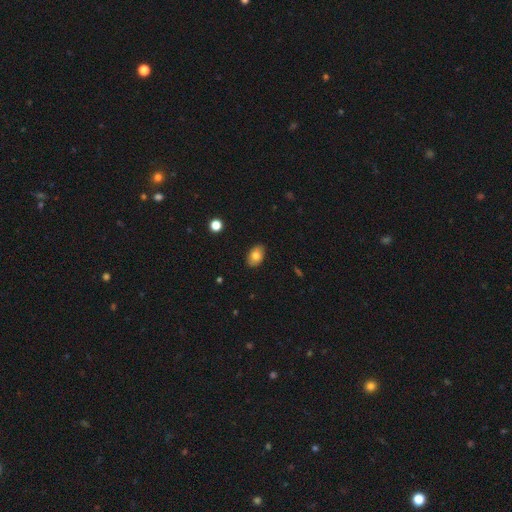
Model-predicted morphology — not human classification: smooth_or_featured: smooth (p=0.80) [alt: featured or disk p=0.12]
how_rounded: in between (p=0.87) [alt: round p=0.11]
merging: none (p=0.88) [alt: minor disturbance p=0.09]